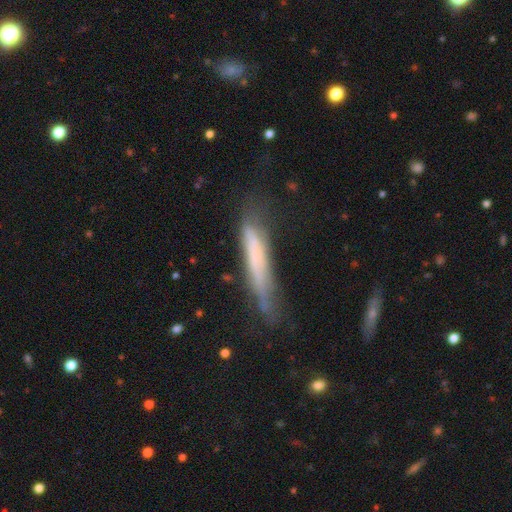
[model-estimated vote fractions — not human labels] A smooth galaxy with no disk features (52%) that is cigar-shaped (92%).

Vote fractions:
- Smooth or featured? smooth: 52% / featured or disk: 40% / star or artifact: 9%
- How rounded? cigar-shaped: 92% / in between: 7% / round: 1%
- Merging? none: 54% / minor disturbance: 29% / major disturbance: 13% / merger: 4%